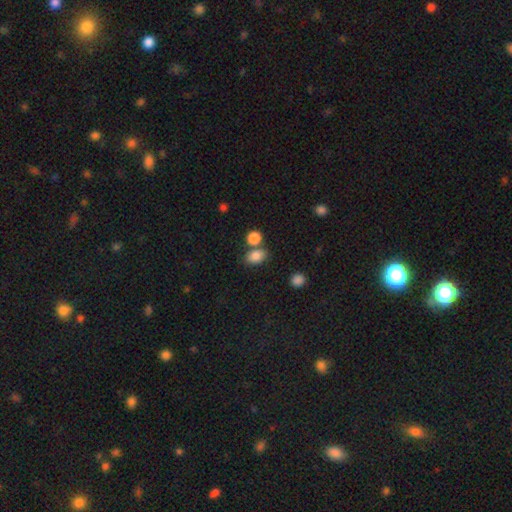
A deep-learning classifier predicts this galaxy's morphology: A smooth galaxy with no disk features (83%) that is in between round and cigar-shaped (73%).

Vote fractions:
- Smooth or featured? smooth: 83% / star or artifact: 10% / featured or disk: 7%
- How rounded? in between: 73% / round: 26% / cigar-shaped: 1%
- Merging? none: 60% / merger: 25% / minor disturbance: 11% / major disturbance: 4%